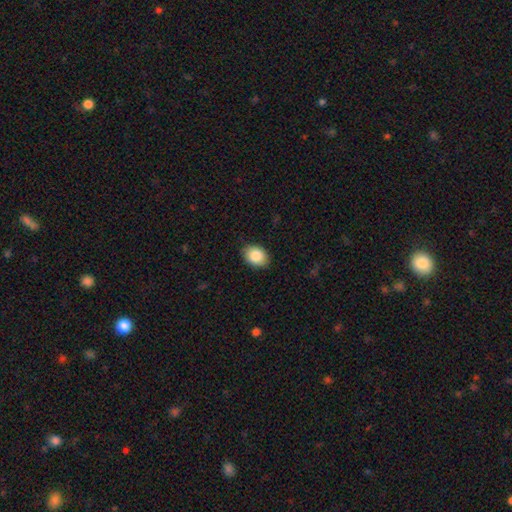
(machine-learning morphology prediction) Q: Smooth or featured?
A: smooth (87%); runner-up: star or artifact (7%)
Q: How rounded?
A: in between (75%); runner-up: round (24%)
Q: Merging?
A: none (87%); runner-up: minor disturbance (10%)